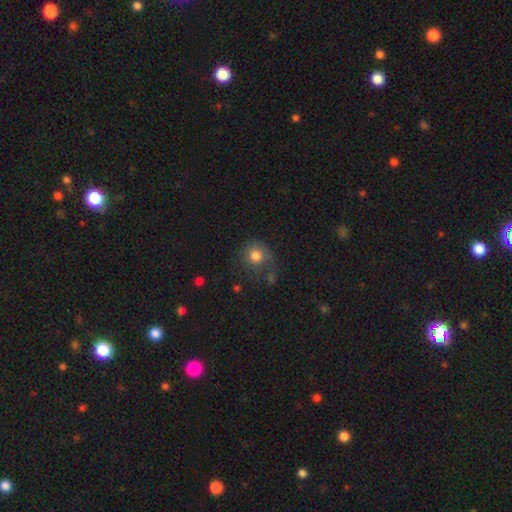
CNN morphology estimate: A smooth galaxy with no disk features (76%) that is round (82%).

Vote fractions:
- Smooth or featured? smooth: 76% / featured or disk: 14% / star or artifact: 10%
- How rounded? round: 82% / in between: 17% / cigar-shaped: 1%
- Merging? none: 46% / major disturbance: 24% / minor disturbance: 23% / merger: 7%